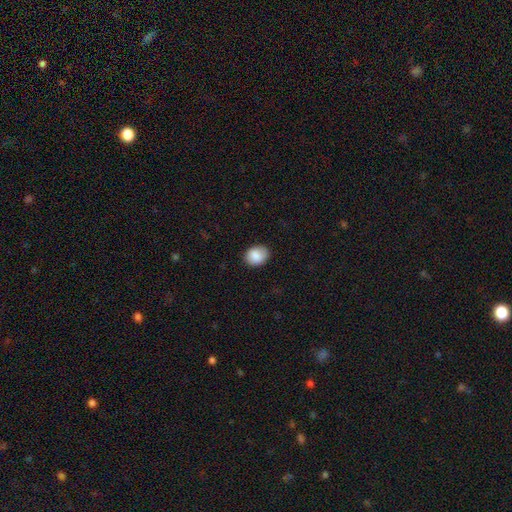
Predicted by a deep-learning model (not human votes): The model was most divided on "how rounded": in between: 53%, round: 46%, cigar-shaped: 1%. More confident: smooth or featured — smooth (87%); merging — none (83%).